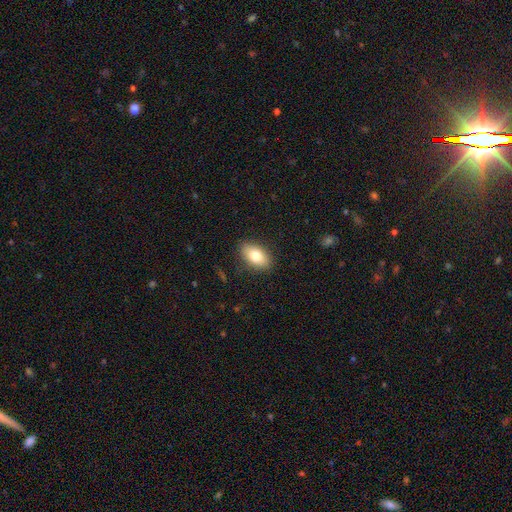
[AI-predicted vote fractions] This appears to be a smooth galaxy with no disk features (78%) that is in between round and cigar-shaped (90%). Merging: none (87%).